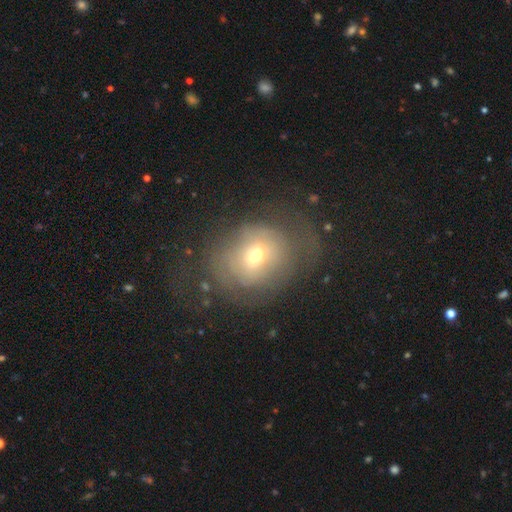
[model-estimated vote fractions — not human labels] Morphology: type=smooth (49%); merging=none (45%).